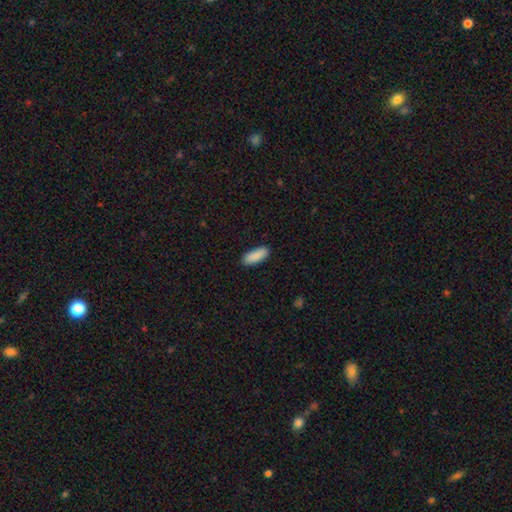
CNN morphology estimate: smooth_or_featured: smooth (p=0.90) [alt: star or artifact p=0.06]
how_rounded: in between (p=0.72) [alt: cigar-shaped p=0.26]
merging: none (p=0.89) [alt: minor disturbance p=0.08]